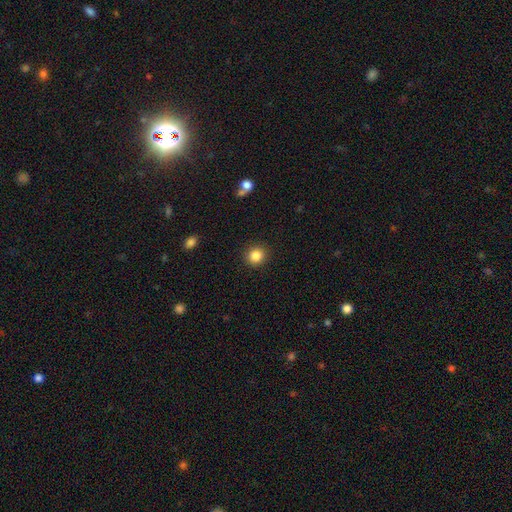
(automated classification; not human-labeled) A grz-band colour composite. It shows a smooth galaxy with no disk features (86%) that is round (88%). Merging: none (91%).